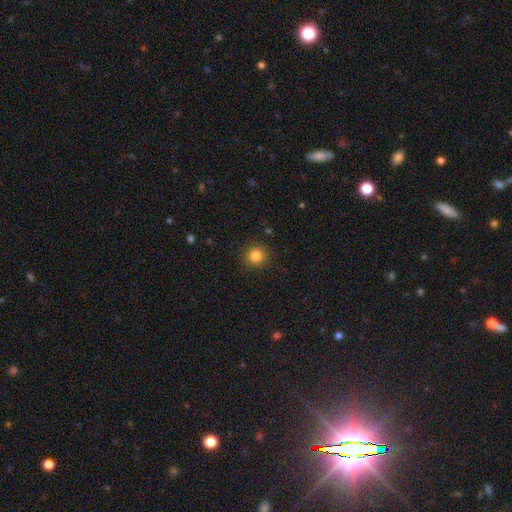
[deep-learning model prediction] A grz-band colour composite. It shows a smooth galaxy with no disk features (84%) that is round (92%). Merging: none (90%).